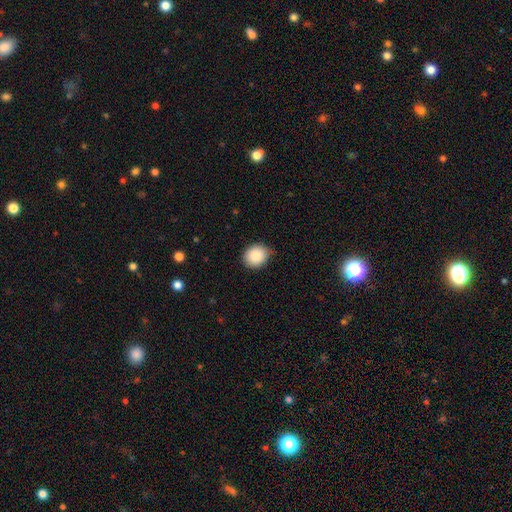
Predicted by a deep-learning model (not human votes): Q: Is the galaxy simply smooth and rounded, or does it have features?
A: smooth — 87%.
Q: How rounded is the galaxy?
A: round — 64%.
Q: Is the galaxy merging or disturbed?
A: none — 82%.